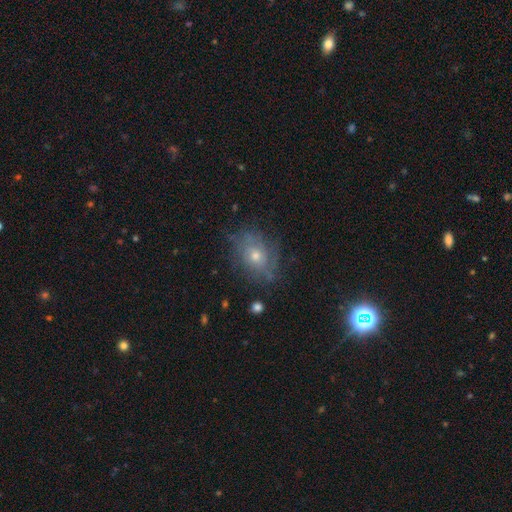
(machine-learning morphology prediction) featured or disk 49%, smooth 35%, star or artifact 16%. Down the decision tree: merging — none (70%).